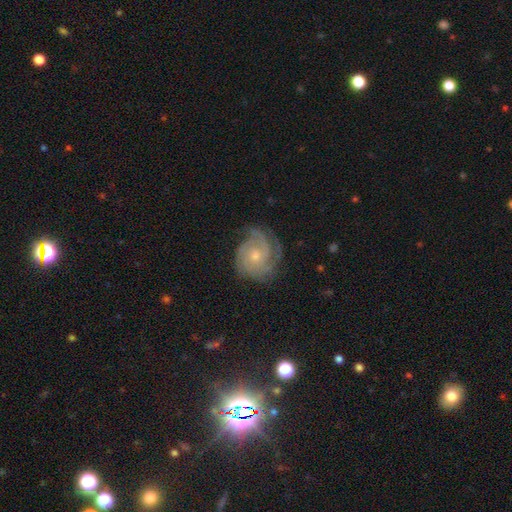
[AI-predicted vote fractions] Morphology: type=featured or disk (85%); edge-on=no (98%); bar=no (75%); spiral arms=yes (97%); winding=tight (66%); arm count=3 (36%); bulge=moderate (48%); merging=none (71%).